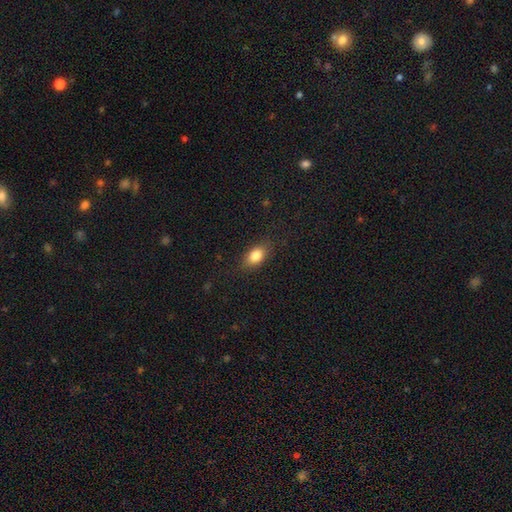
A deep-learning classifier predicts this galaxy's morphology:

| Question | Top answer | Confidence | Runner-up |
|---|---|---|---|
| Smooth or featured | smooth | 83% | featured or disk (9%) |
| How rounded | in between | 84% | round (11%) |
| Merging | none | 83% | minor disturbance (13%) |